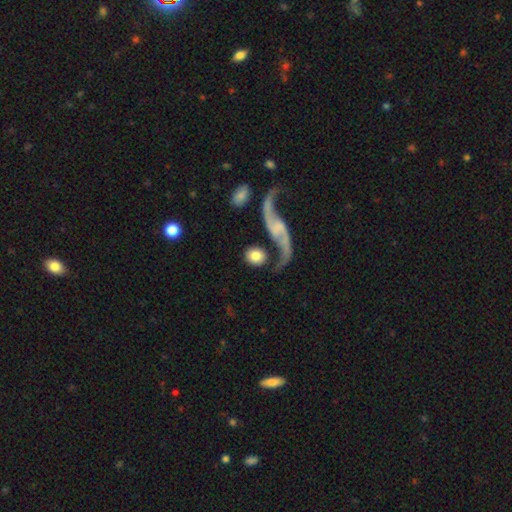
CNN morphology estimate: Smooth or featured?
  - smooth: 65% *
  - featured or disk: 29%
  - star or artifact: 6%
How rounded?
  - round: 64% *
  - in between: 32%
  - cigar-shaped: 3%
Merging?
  - none: 60% *
  - merger: 15%
  - minor disturbance: 14%
  - major disturbance: 11%